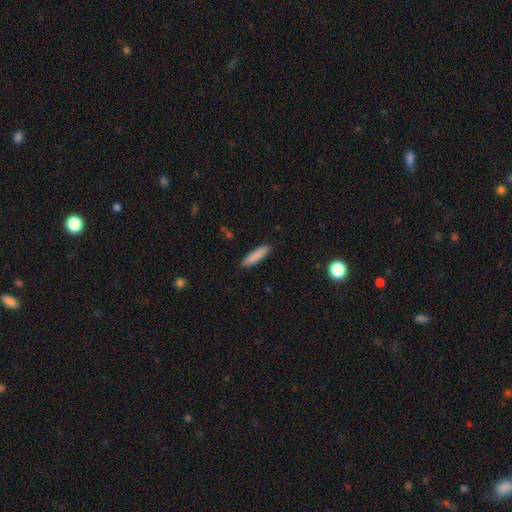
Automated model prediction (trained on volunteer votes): Q: Smooth or featured?
A: smooth (87%); runner-up: featured or disk (7%)
Q: How rounded?
A: cigar-shaped (77%); runner-up: in between (22%)
Q: Merging?
A: none (89%); runner-up: minor disturbance (8%)